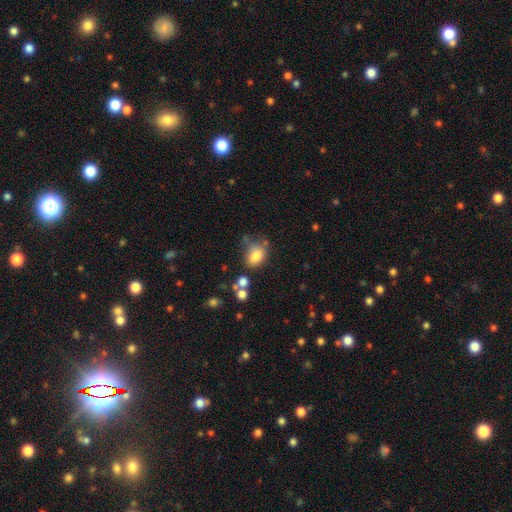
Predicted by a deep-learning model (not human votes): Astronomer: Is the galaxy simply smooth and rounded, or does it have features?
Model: smooth — 79%.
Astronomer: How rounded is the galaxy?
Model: in between — 69%.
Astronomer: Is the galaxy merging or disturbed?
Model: none — 52%.